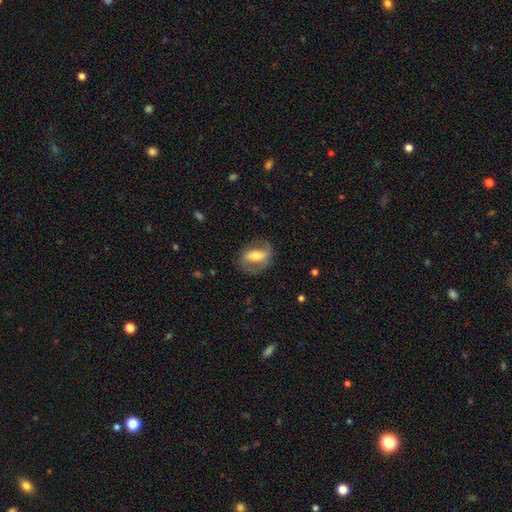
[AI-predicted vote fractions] Smooth or featured: featured or disk — 64% (smooth — 30%)
Edge-on disk: no — 90% (yes — 10%)
Bar: strong — 52% (weak — 30%)
Spiral arms: yes — 71% (no — 29%)
Bulge size: moderate — 57% (small — 26%)
Merging: none — 74% (minor disturbance — 16%)